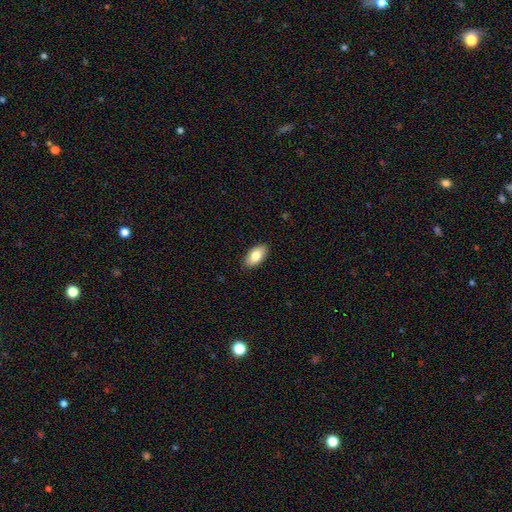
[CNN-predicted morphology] smooth_or_featured: smooth (p=0.83) [alt: featured or disk p=0.11]
how_rounded: in between (p=0.94) [alt: round p=0.03]
merging: none (p=0.89) [alt: minor disturbance p=0.08]